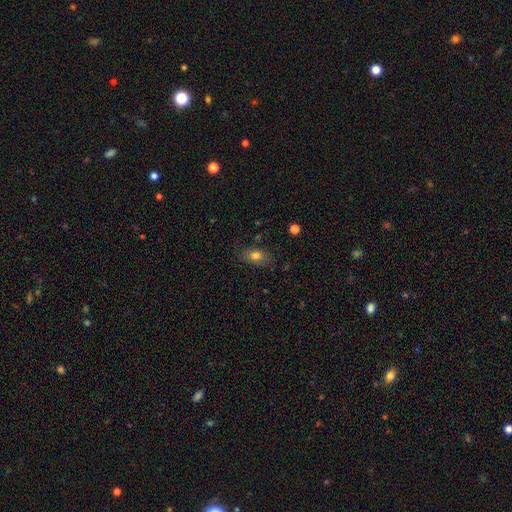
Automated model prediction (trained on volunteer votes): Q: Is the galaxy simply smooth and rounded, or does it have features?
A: smooth — 77%.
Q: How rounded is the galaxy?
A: in between — 83%.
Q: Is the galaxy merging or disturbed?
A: none — 79%.